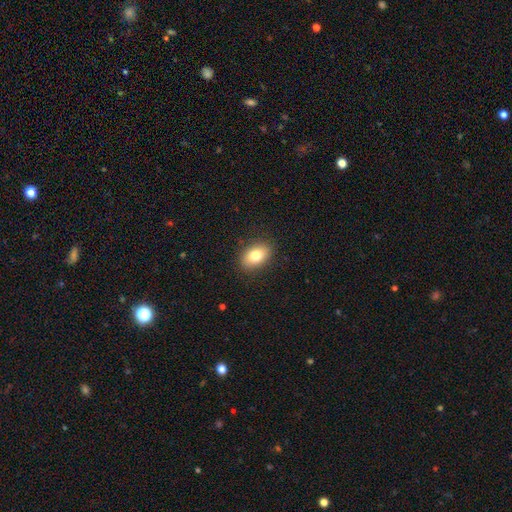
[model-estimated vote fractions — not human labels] Morphology: type=smooth (78%); roundness=in between (83%); merging=none (88%).